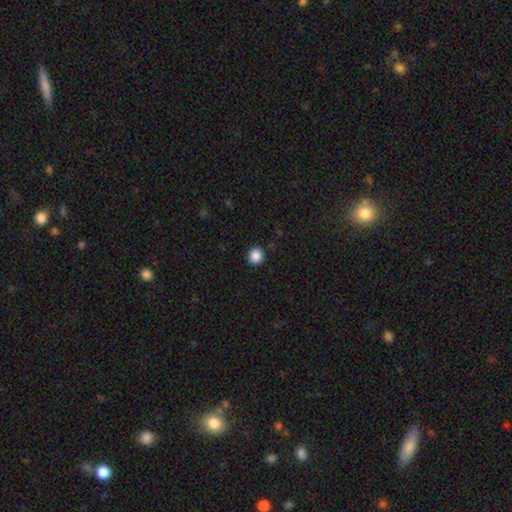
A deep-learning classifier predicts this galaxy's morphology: Smooth or featured: smooth — 87% (star or artifact — 10%)
How rounded: round — 93% (in between — 6%)
Merging: none — 92% (minor disturbance — 5%)